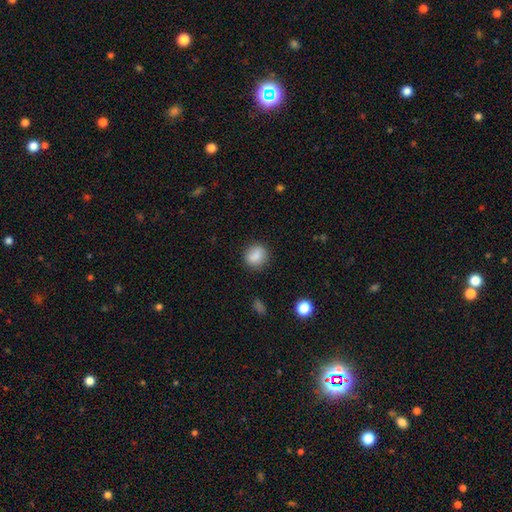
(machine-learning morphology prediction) type=smooth (84%); roundness=round (74%); merging=none (81%).